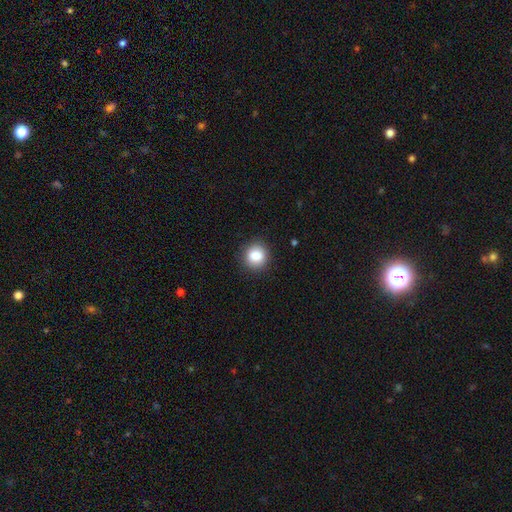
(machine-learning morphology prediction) Smooth or featured?
  - smooth: 86% *
  - star or artifact: 9%
  - featured or disk: 5%
How rounded?
  - round: 86% *
  - in between: 13%
  - cigar-shaped: 1%
Merging?
  - none: 88% *
  - minor disturbance: 8%
  - major disturbance: 2%
  - merger: 1%